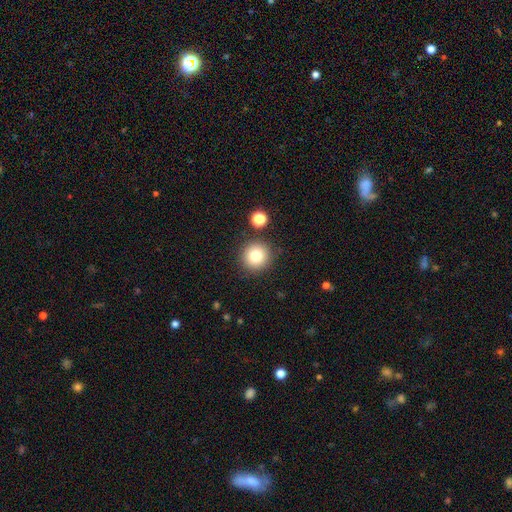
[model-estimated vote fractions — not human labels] Smooth or featured? Predicted: smooth (p=0.79). How rounded? Predicted: round (p=0.95). Merging? Predicted: none (p=0.86).